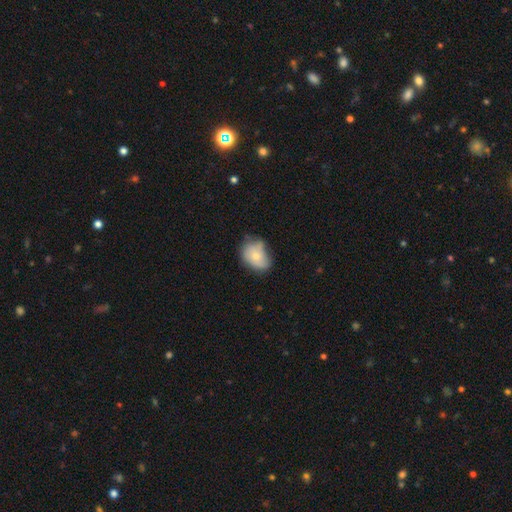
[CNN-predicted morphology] type=smooth (70%); roundness=in between (66%); merging=minor disturbance (41%, tied with none).